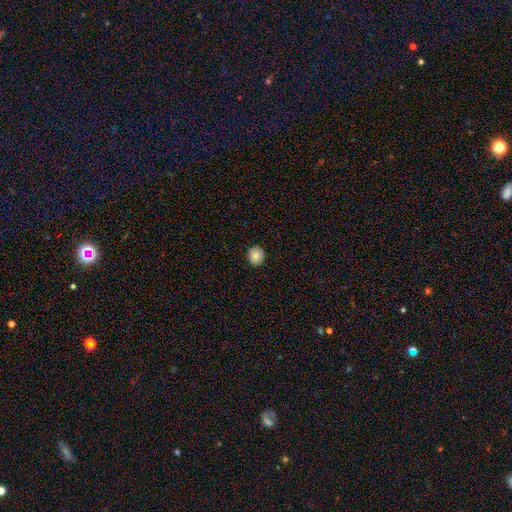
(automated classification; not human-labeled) Smooth or featured: smooth — 83% (star or artifact — 9%)
How rounded: round — 85% (in between — 14%)
Merging: none — 89% (minor disturbance — 9%)